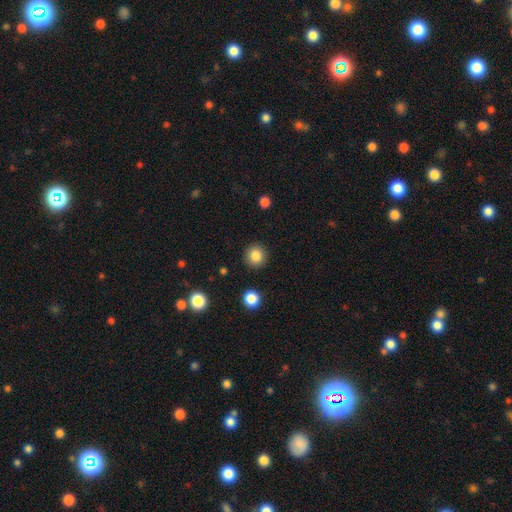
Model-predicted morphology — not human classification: smooth_or_featured: smooth (p=0.84) [alt: star or artifact p=0.10]
how_rounded: round (p=0.93) [alt: in between p=0.06]
merging: none (p=0.90) [alt: minor disturbance p=0.06]